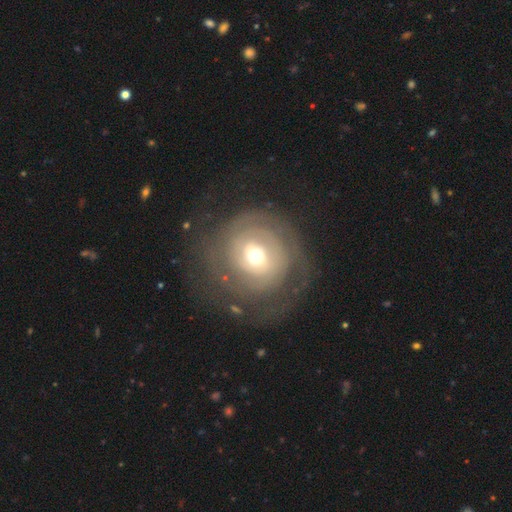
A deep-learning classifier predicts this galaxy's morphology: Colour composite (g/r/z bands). It shows a featured or disk galaxy (68%) with no bar (65%), spiral arms (72%) and a moderate central bulge (63%). Merging: none (66%).